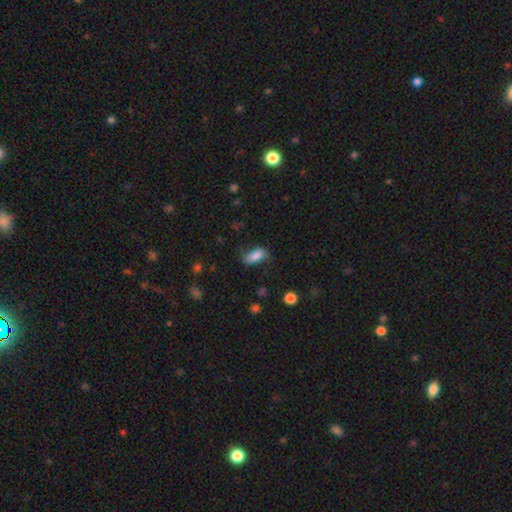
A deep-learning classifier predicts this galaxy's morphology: Smooth or featured: smooth — 76% (featured or disk — 16%)
How rounded: in between — 86% (cigar-shaped — 9%)
Merging: none — 59% (minor disturbance — 27%)